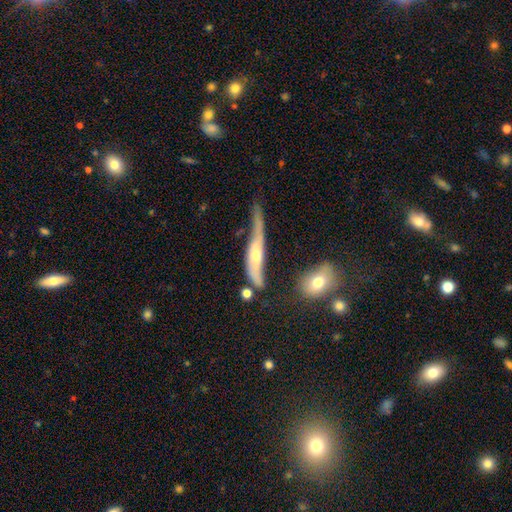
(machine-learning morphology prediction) Smooth or featured: featured or disk — 57% (smooth — 35%)
Edge-on disk: yes — 57% (no — 43%)
Merging: major disturbance — 39% (minor disturbance — 26%)